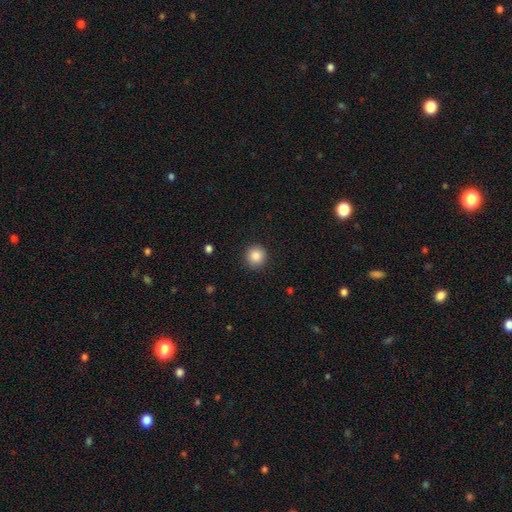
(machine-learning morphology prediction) Smooth or featured? smooth (87%)
How rounded? round (93%)
Merging? none (91%)